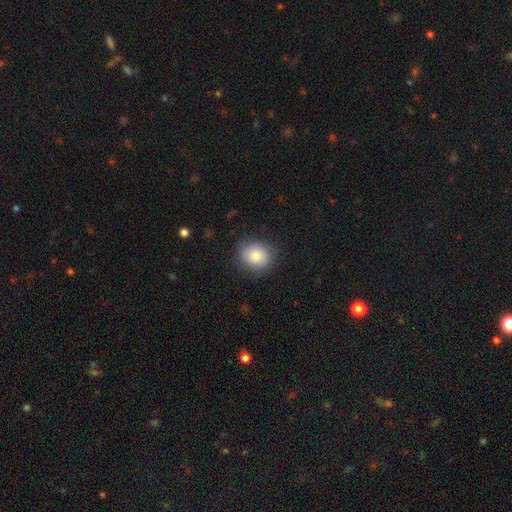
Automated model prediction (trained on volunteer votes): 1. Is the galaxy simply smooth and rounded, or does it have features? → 82% smooth, 10% featured or disk, 8% star or artifact.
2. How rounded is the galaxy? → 71% round, 28% in between, 1% cigar-shaped.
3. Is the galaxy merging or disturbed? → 82% none, 13% minor disturbance, 4% major disturbance, 1% merger.